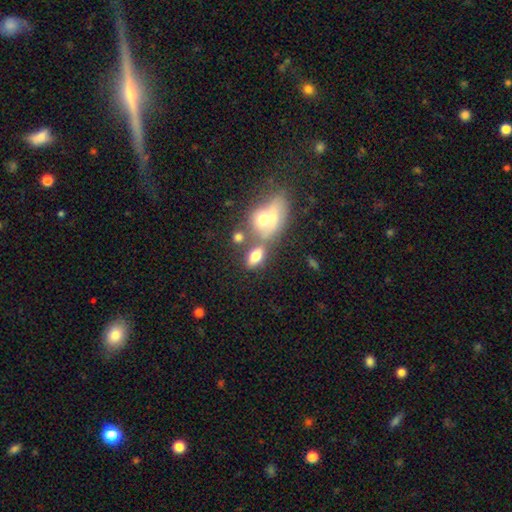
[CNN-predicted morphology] This is likely a smooth galaxy (72%). How rounded: clearly in between (82%). Merging: possibly none (47%).